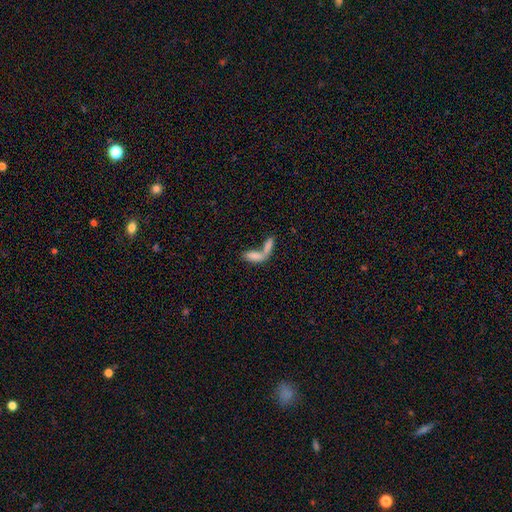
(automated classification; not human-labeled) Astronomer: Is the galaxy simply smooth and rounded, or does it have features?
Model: smooth — 77%.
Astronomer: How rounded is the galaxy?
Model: in between — 64%.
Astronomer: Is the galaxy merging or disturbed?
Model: merger — 67%.